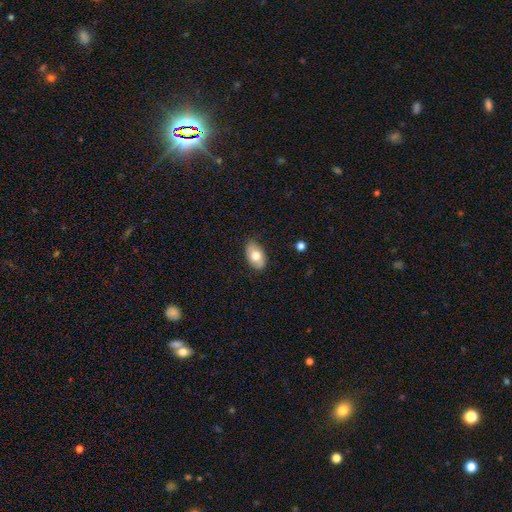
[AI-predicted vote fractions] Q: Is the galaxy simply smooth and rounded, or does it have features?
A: smooth — 70%.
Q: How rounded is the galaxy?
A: in between — 90%.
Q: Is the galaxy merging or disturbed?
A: none — 82%.